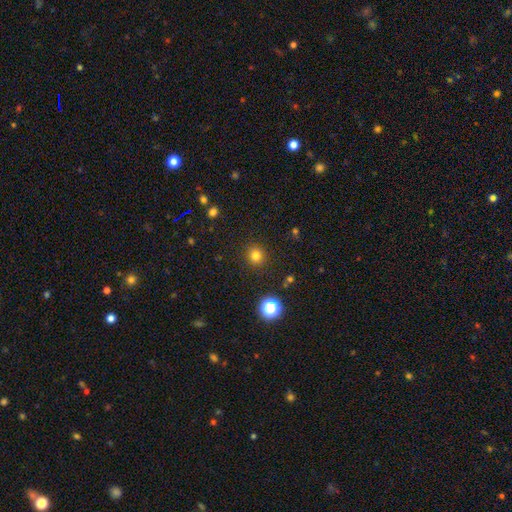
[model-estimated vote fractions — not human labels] Smooth or featured? smooth (79%)
How rounded? round (91%)
Merging? none (90%)